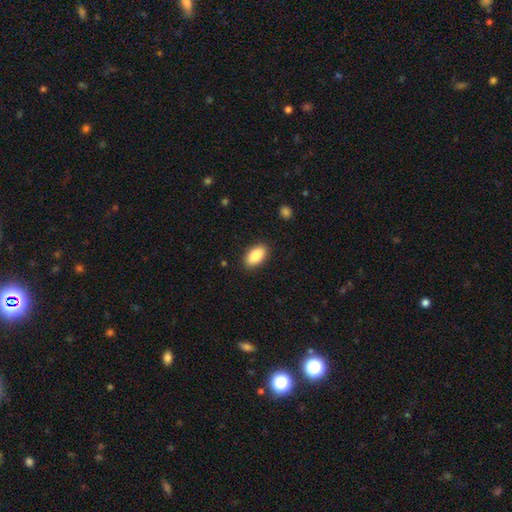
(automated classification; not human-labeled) Smooth or featured: smooth — 86% (featured or disk — 7%)
How rounded: in between — 93% (round — 5%)
Merging: none — 89% (minor disturbance — 8%)